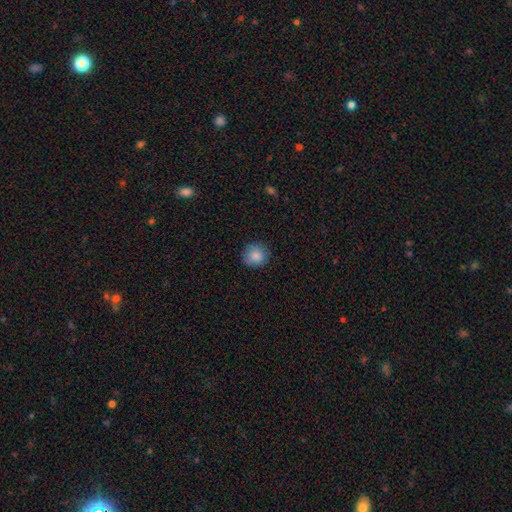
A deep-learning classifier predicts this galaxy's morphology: A smooth galaxy with no disk features (86%) that is round (88%).

Vote fractions:
- Smooth or featured? smooth: 86% / star or artifact: 9% / featured or disk: 5%
- How rounded? round: 88% / in between: 11% / cigar-shaped: 1%
- Merging? none: 84% / minor disturbance: 12% / major disturbance: 3% / merger: 1%